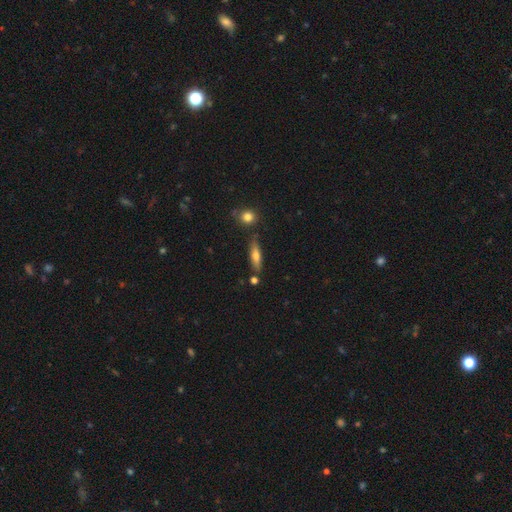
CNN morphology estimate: type=smooth (61%); roundness=cigar-shaped (65%); merging=none (77%).